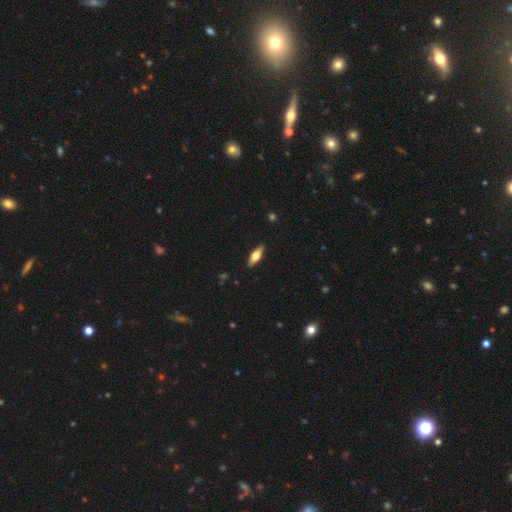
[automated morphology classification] The model was most divided on "smooth or featured": smooth: 51%, featured or disk: 43%, star or artifact: 6%. More confident: merging — none (90%); how rounded — in between (58%).